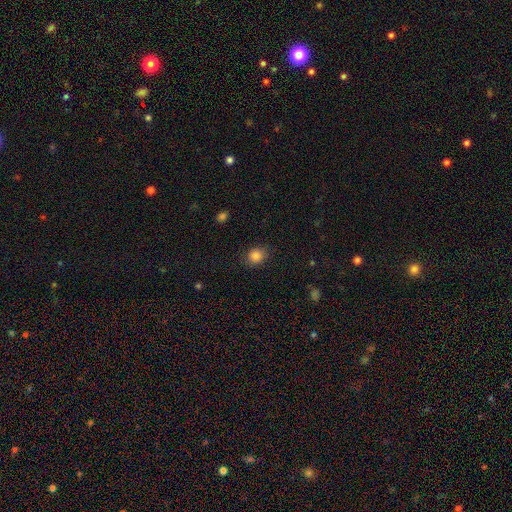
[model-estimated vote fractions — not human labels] This appears to be a smooth galaxy with no disk features (85%) that is round (71%). Merging: none (84%).